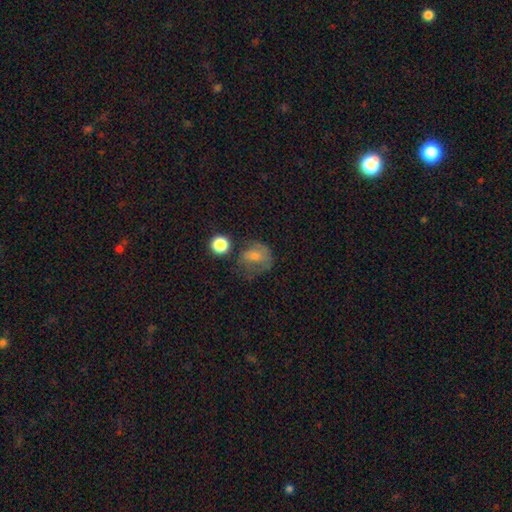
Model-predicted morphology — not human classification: Smooth or featured: smooth — 57% (featured or disk — 29%)
How rounded: round — 62% (in between — 37%)
Merging: none — 43% (minor disturbance — 26%)